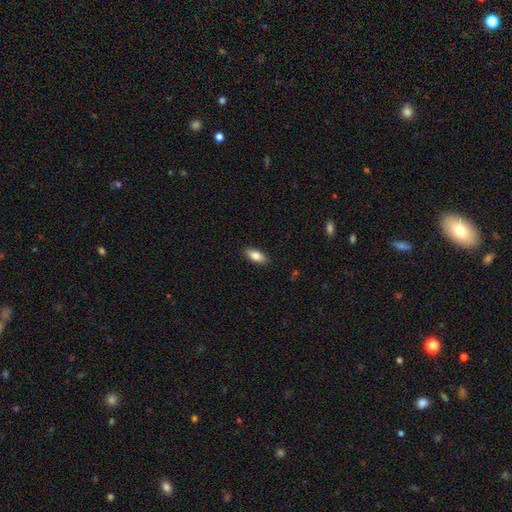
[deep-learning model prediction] Smooth or featured? Predicted: smooth (p=0.83). How rounded? Predicted: in between (p=0.84). Merging? Predicted: none (p=0.89).